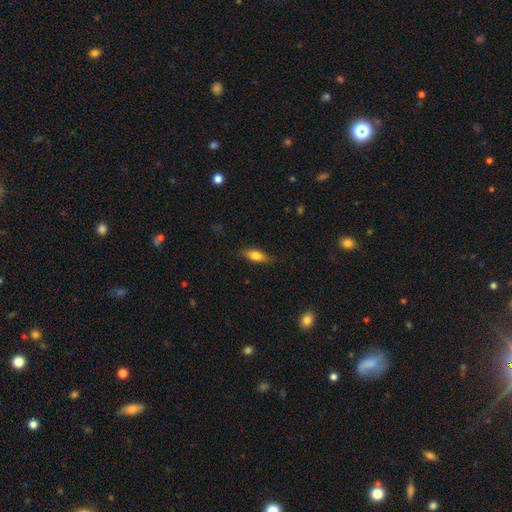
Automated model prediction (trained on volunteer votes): smooth-or-featured: smooth: 72% | featured or disk: 21% | star or artifact: 7%
  how-rounded: in between: 67% | cigar-shaped: 30% | round: 4%
  merging: none: 82% | minor disturbance: 14% | major disturbance: 3% | merger: 1%